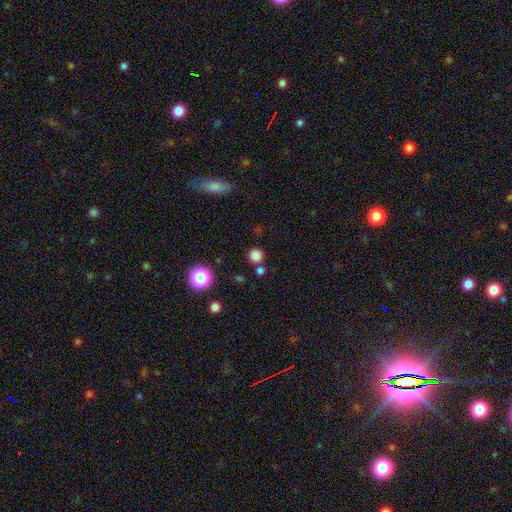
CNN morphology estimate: Overall: smooth (80%). How rounded: round (93%). Merging: none (77%).